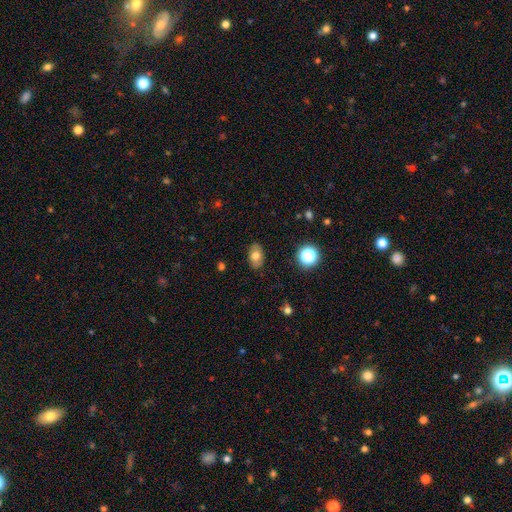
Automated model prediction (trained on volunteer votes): Overall: smooth (72%). How rounded: in between (85%). Merging: none (86%).